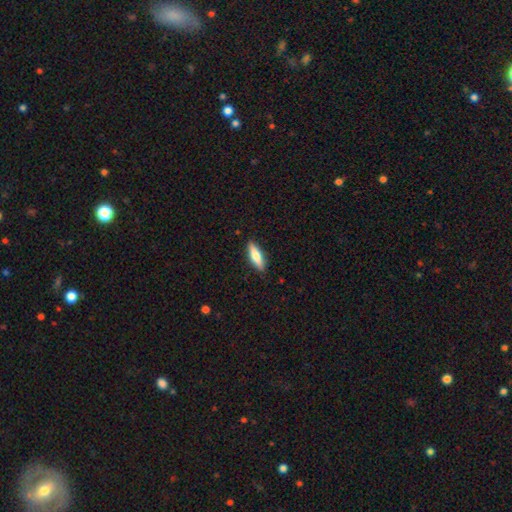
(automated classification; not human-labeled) A smooth galaxy with no disk features (66%) that is cigar-shaped (60%). Merging: none (89%).